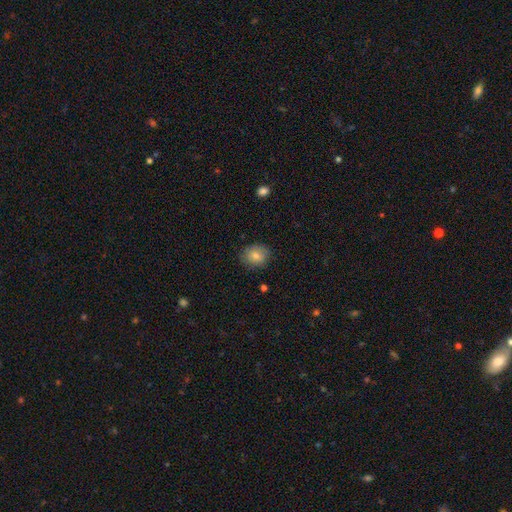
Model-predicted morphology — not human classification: Q: Smooth or featured?
A: smooth (74%); runner-up: featured or disk (16%)
Q: How rounded?
A: round (66%); runner-up: in between (33%)
Q: Merging?
A: none (82%); runner-up: minor disturbance (14%)